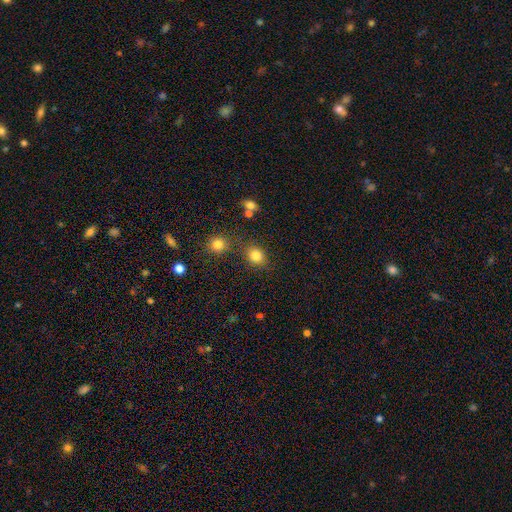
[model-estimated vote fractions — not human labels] Morphology: type=smooth (83%); roundness=round (67%); merging=none (77%).